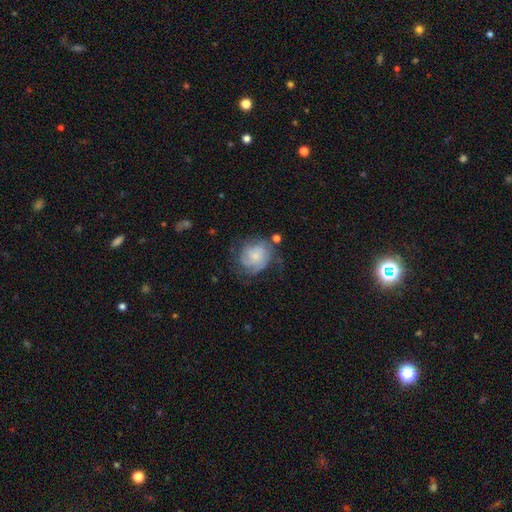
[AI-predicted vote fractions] A featured or disk galaxy (55%) with no bar (79%), spiral arms (80%) and a small central bulge (61%).

Vote fractions:
- Smooth or featured? featured or disk: 55% / smooth: 37% / star or artifact: 8%
- Edge-on disk? no: 98% / yes: 2%
- Bar? no: 79% / weak: 19% / strong: 3%
- Spiral arms? yes: 80% / no: 20%
- Bulge size? small: 61% / moderate: 23% / none: 10% / large: 4% / dominant: 2%
- Merging? none: 48% / minor disturbance: 27% / major disturbance: 21% / merger: 4%